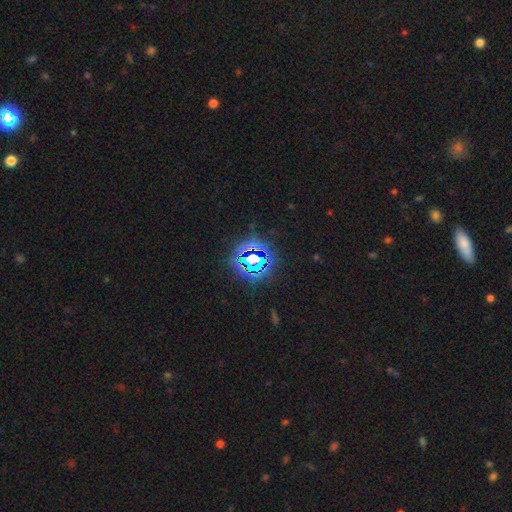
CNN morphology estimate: The model was most divided on "smooth or featured": star or artifact: 73%, smooth: 16%, featured or disk: 11%.